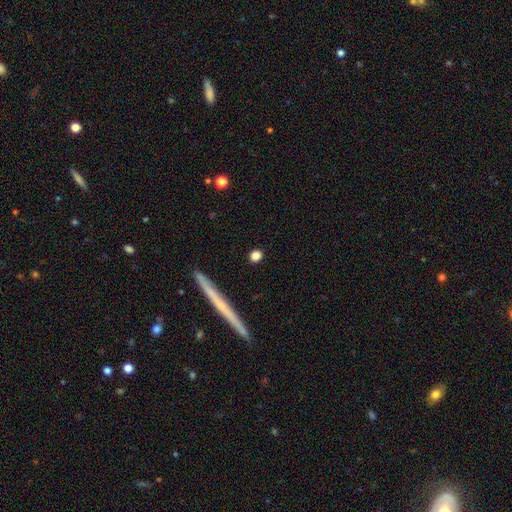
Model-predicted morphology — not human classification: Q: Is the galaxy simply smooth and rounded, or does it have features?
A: smooth — 82%.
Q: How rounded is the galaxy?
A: round — 66%.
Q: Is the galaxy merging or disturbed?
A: none — 89%.